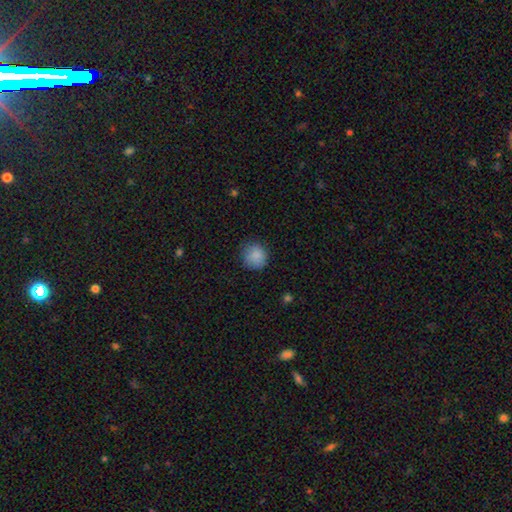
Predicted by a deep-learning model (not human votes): A smooth galaxy with no disk features (86%) that is round (86%). Merging: none (77%).